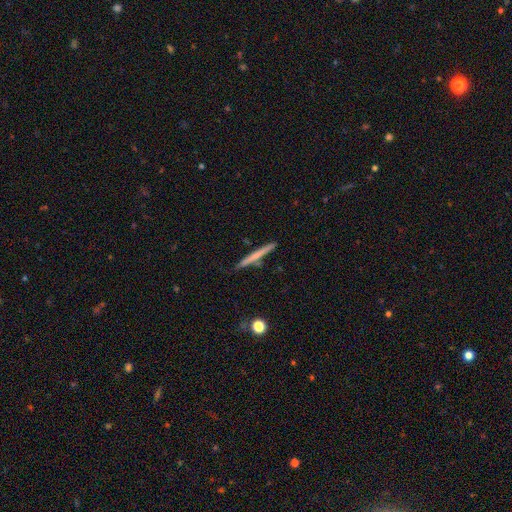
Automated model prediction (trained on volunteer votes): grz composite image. It shows a smooth galaxy with no disk features (50%). Merging: none (87%).